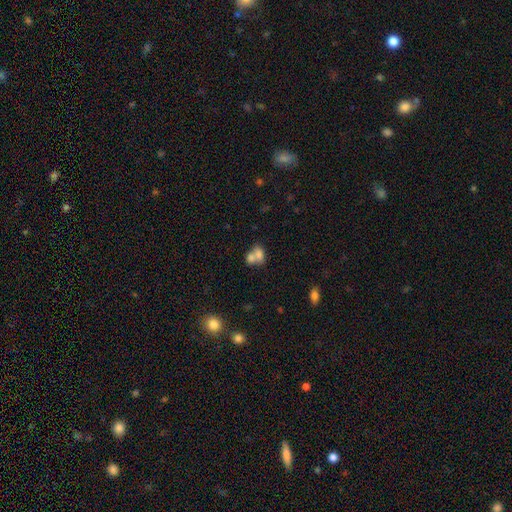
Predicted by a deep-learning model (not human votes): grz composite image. It shows a smooth galaxy with no disk features (72%) that is in between round and cigar-shaped (67%). Merging: merger (68%).